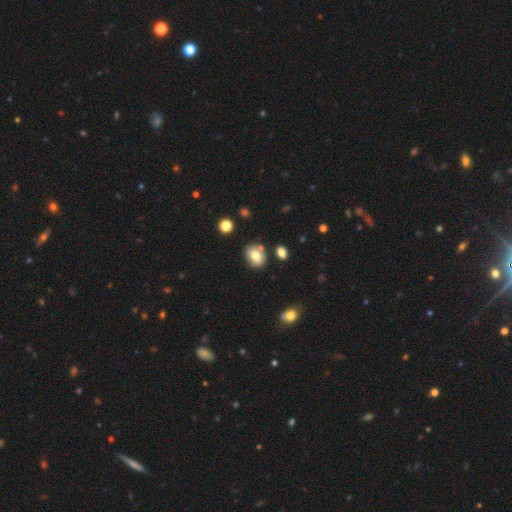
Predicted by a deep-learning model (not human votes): Smooth or featured?
  - smooth: 76% *
  - featured or disk: 14%
  - star or artifact: 10%
How rounded?
  - in between: 63% *
  - round: 36%
  - cigar-shaped: 1%
Merging?
  - none: 72% *
  - minor disturbance: 14%
  - merger: 11%
  - major disturbance: 3%